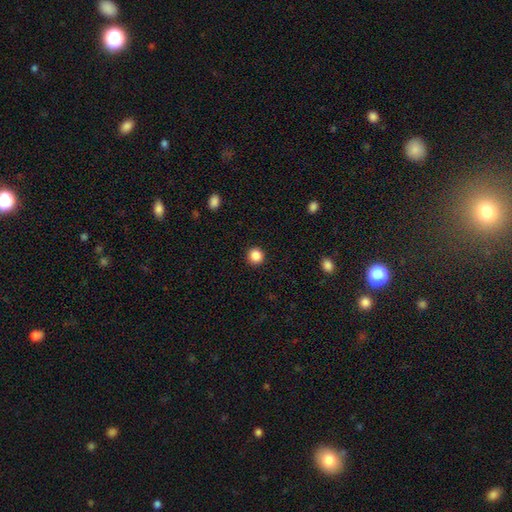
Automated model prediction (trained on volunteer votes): Smooth or featured? smooth (87%)
How rounded? round (94%)
Merging? none (93%)